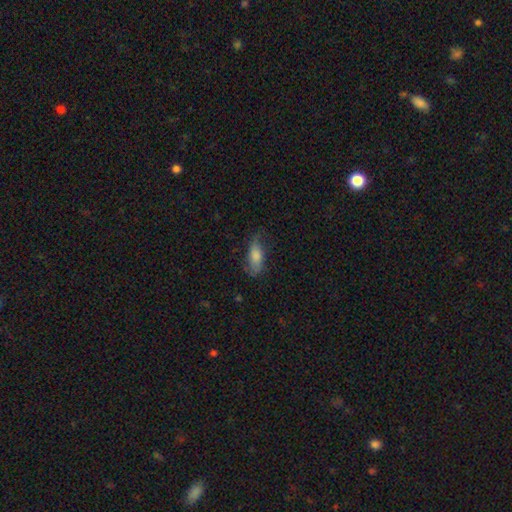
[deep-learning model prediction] This is likely a smooth galaxy (63%). How rounded: likely in between (72%). Merging: likely none (64%).